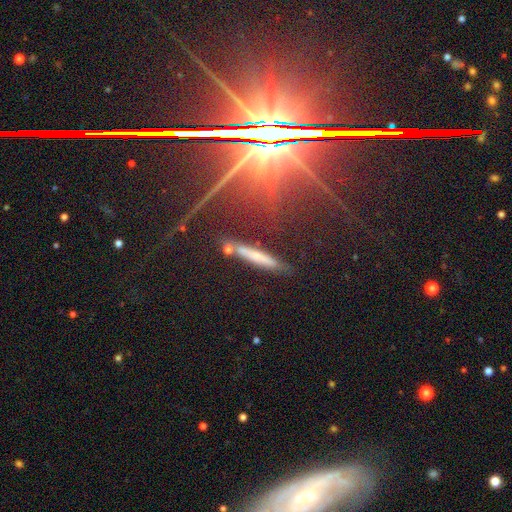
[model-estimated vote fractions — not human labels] Smooth or featured? smooth (49%)
Merging? none (81%)